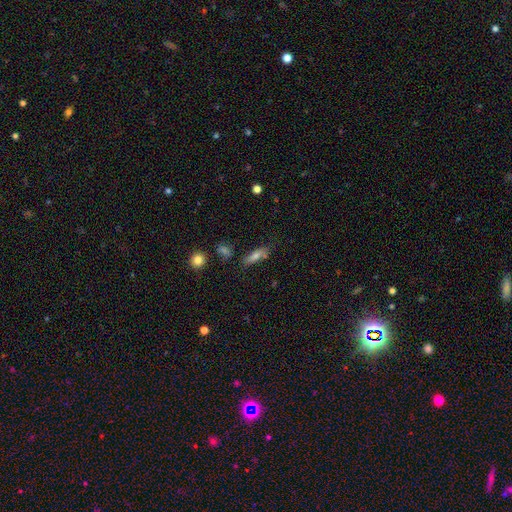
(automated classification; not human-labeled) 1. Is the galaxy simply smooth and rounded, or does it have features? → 67% smooth, 22% featured or disk, 11% star or artifact.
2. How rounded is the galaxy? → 49% in between, 47% cigar-shaped, 4% round.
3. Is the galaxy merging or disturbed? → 66% none, 20% minor disturbance, 8% merger, 7% major disturbance.